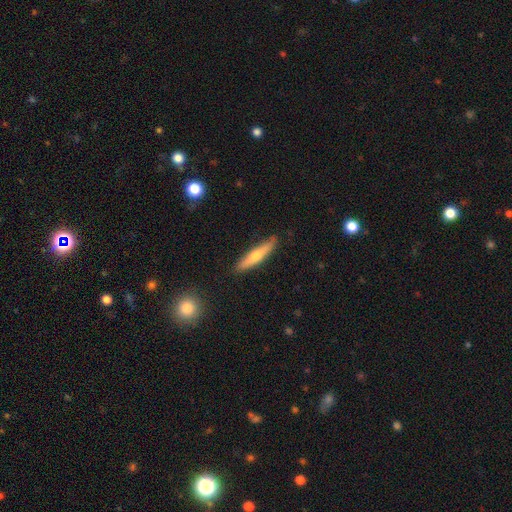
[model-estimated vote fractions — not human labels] The model was most divided on "smooth or featured": smooth: 51%, featured or disk: 43%, star or artifact: 6%. More confident: merging — none (88%); how rounded — cigar-shaped (87%).